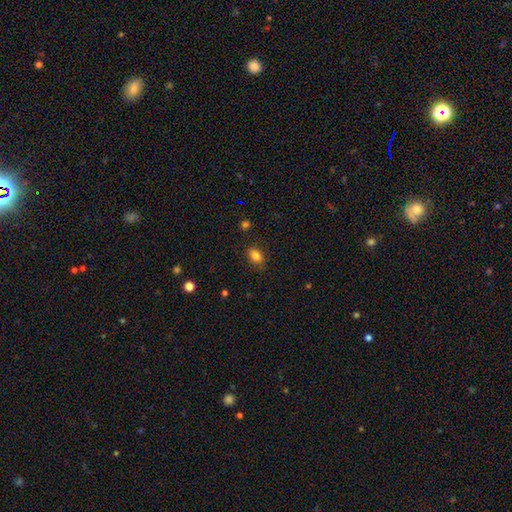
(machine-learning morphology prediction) Smooth or featured?
  - smooth: 84% *
  - star or artifact: 11%
  - featured or disk: 5%
How rounded?
  - in between: 75% *
  - round: 24%
  - cigar-shaped: 2%
Merging?
  - none: 83% *
  - minor disturbance: 12%
  - major disturbance: 3%
  - merger: 1%